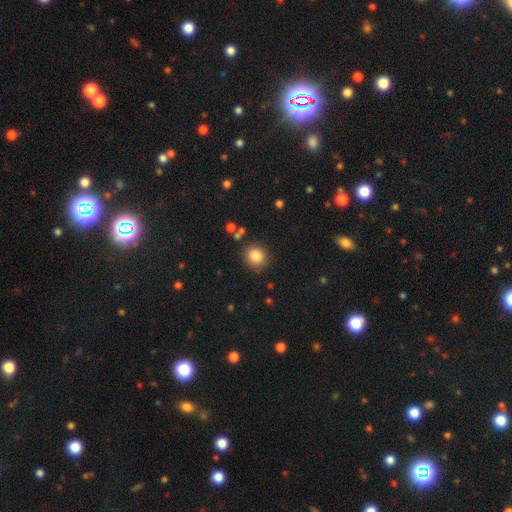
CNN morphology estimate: Overall: smooth (84%). How rounded: round (89%). Merging: none (85%).